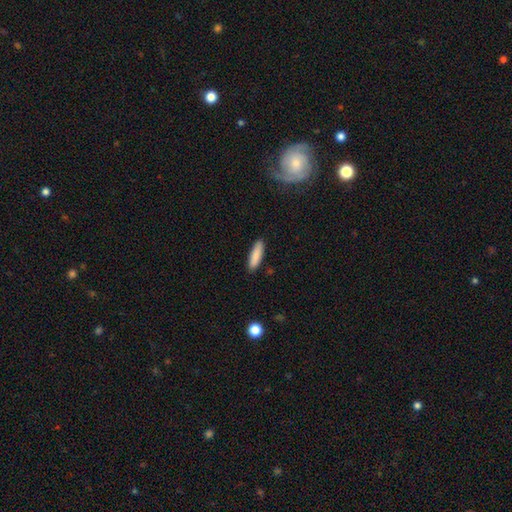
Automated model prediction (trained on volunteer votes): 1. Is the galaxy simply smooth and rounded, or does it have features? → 87% smooth, 7% featured or disk, 6% star or artifact.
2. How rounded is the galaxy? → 68% cigar-shaped, 31% in between, 1% round.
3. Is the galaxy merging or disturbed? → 89% none, 8% minor disturbance, 2% major disturbance, 1% merger.